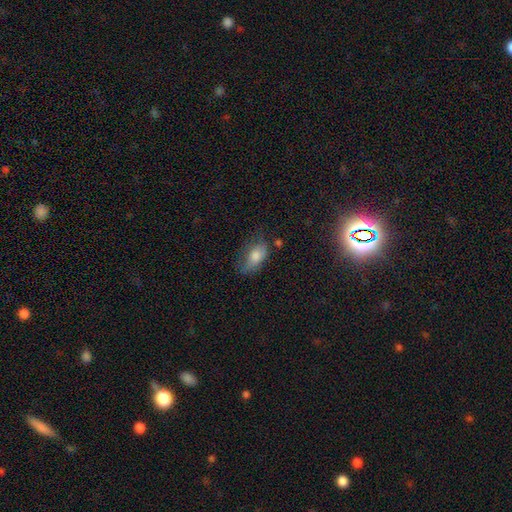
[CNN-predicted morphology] Smooth or featured? Predicted: smooth (p=0.69). How rounded? Predicted: in between (p=0.87). Merging? Predicted: none (p=0.47).